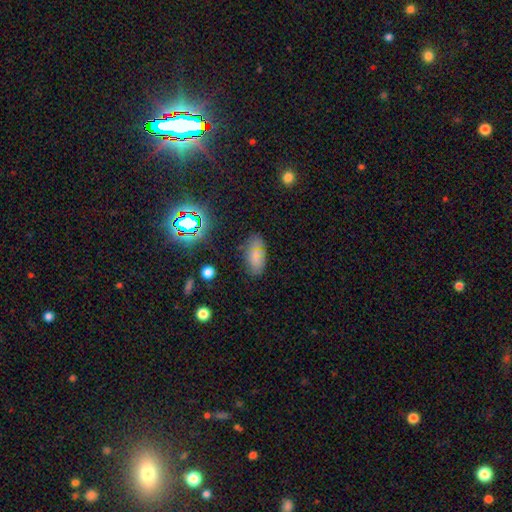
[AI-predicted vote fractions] Smooth or featured? smooth (70%)
How rounded? in between (90%)
Merging? none (69%)